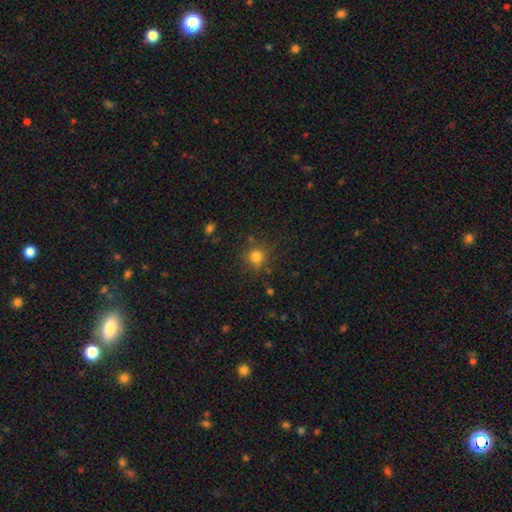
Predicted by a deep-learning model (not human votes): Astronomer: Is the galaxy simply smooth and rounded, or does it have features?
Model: smooth — 79%.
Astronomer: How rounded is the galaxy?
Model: round — 91%.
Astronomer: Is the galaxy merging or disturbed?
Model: none — 81%.